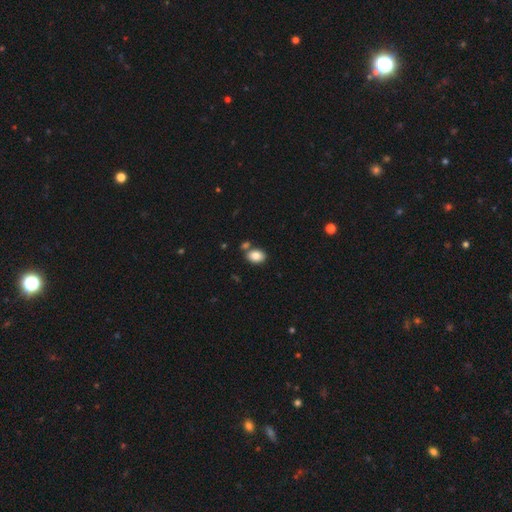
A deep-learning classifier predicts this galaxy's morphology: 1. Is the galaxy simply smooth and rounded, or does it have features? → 84% smooth, 8% star or artifact, 7% featured or disk.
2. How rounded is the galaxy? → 76% in between, 23% round, 1% cigar-shaped.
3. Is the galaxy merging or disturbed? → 70% none, 16% merger, 11% minor disturbance, 3% major disturbance.